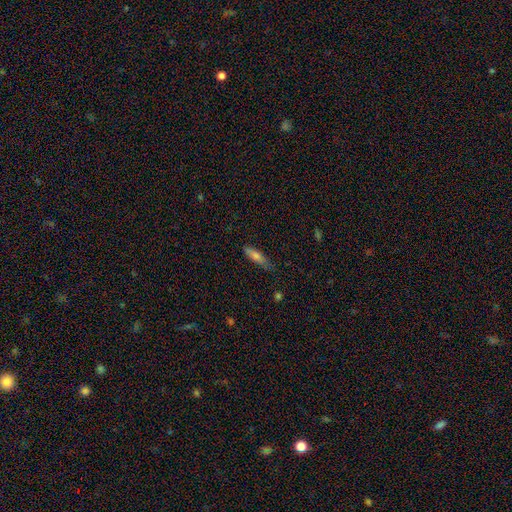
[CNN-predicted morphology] The model was most divided on "smooth or featured": smooth: 64%, featured or disk: 29%, star or artifact: 7%. More confident: merging — none (77%); how rounded — cigar-shaped (74%).